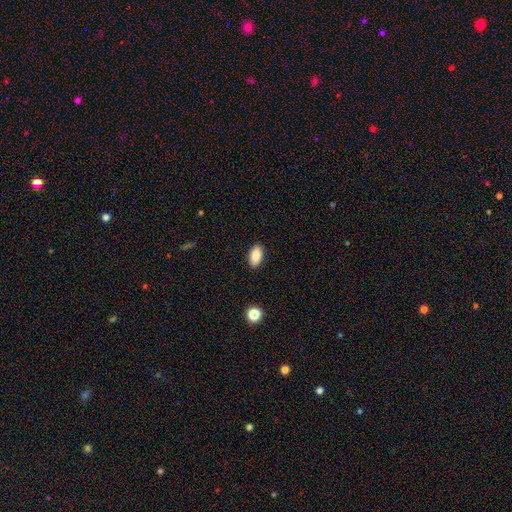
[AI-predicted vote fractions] Morphology: type=smooth (86%); roundness=in between (92%); merging=none (89%).